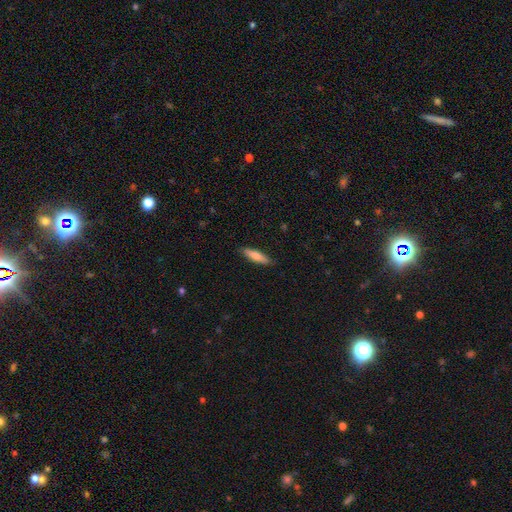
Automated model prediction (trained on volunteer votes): smooth_or_featured: smooth (p=0.71) [alt: featured or disk p=0.23]
how_rounded: cigar-shaped (p=0.71) [alt: in between p=0.27]
merging: none (p=0.88) [alt: minor disturbance p=0.09]